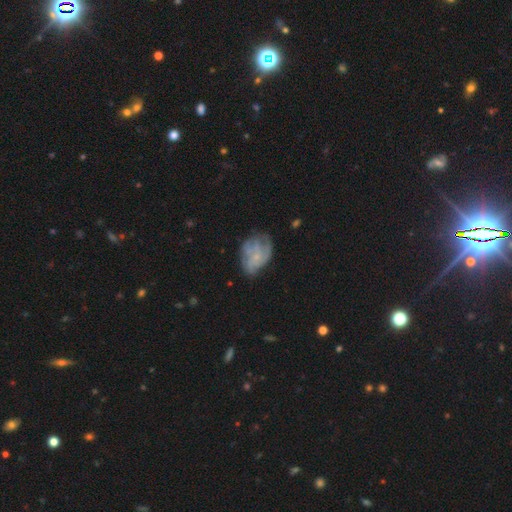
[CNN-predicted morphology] Smooth or featured? featured or disk (63%)
Edge-on disk? no (97%)
Bar? no (80%)
Spiral arms? yes (71%)
Bulge size? small (69%)
Merging? none (50%)